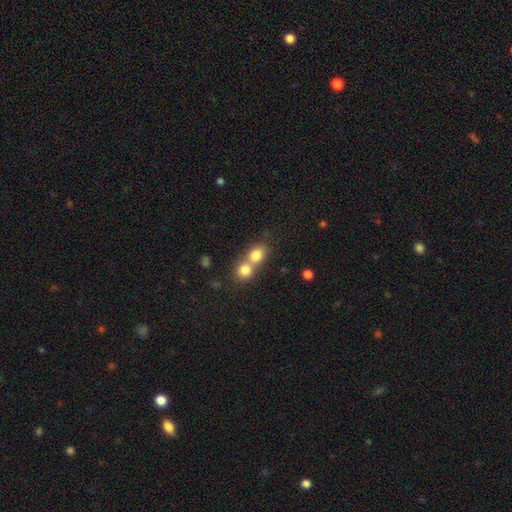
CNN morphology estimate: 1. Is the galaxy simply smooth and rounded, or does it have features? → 79% smooth, 11% featured or disk, 10% star or artifact.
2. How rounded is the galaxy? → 56% round, 42% in between, 2% cigar-shaped.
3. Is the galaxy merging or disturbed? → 66% merger, 27% none, 5% minor disturbance, 2% major disturbance.